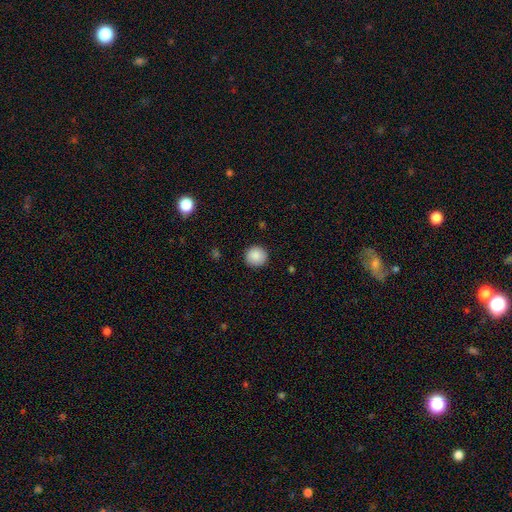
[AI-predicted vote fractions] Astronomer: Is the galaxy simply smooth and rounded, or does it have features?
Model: smooth — 88%.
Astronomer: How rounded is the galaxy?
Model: round — 94%.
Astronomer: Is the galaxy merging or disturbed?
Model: none — 91%.